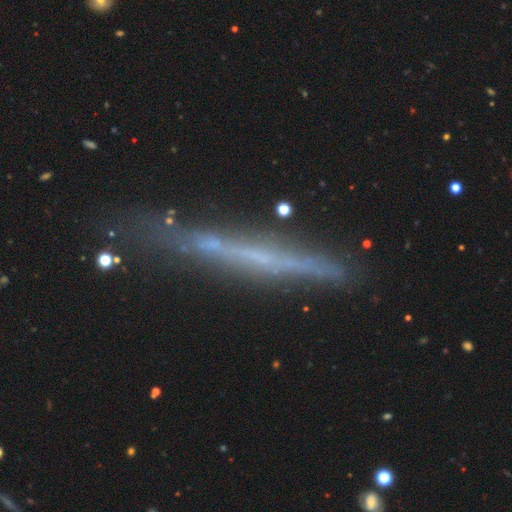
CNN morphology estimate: This is likely a featured or disk galaxy (61%). It is clearly viewed edge-on (91%). Edge-on bulge: clearly none (87%). Merging: likely none (74%).